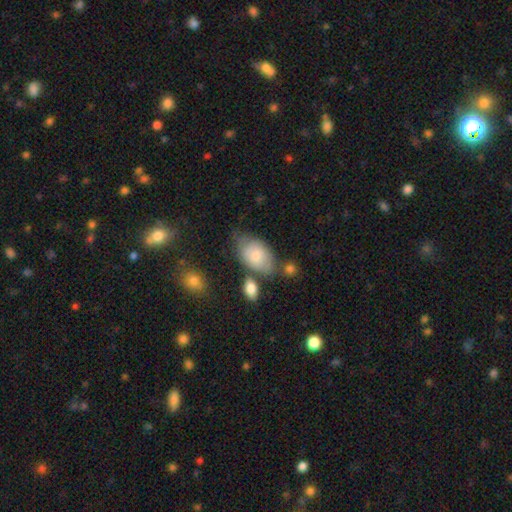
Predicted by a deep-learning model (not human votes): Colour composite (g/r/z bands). It shows a smooth galaxy with no disk features (71%) that is in between round and cigar-shaped (88%). Merging: none (45%).